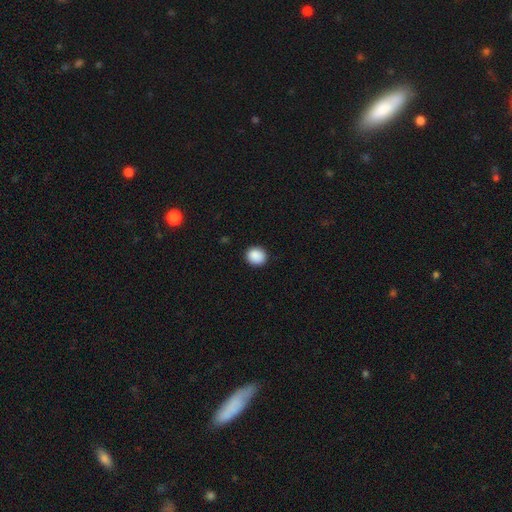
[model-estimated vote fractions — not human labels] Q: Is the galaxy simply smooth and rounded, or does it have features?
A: smooth — 89%.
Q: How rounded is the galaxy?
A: round — 82%.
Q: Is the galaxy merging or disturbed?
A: none — 90%.